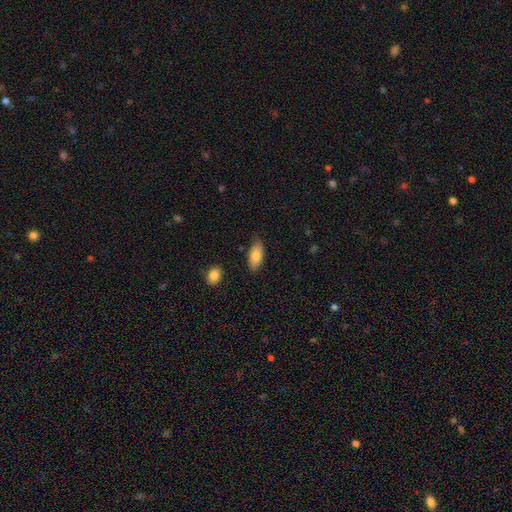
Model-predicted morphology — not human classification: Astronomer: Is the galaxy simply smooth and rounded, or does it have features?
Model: smooth — 81%.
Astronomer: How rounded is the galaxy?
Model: in between — 88%.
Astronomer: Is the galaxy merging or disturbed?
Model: none — 76%.